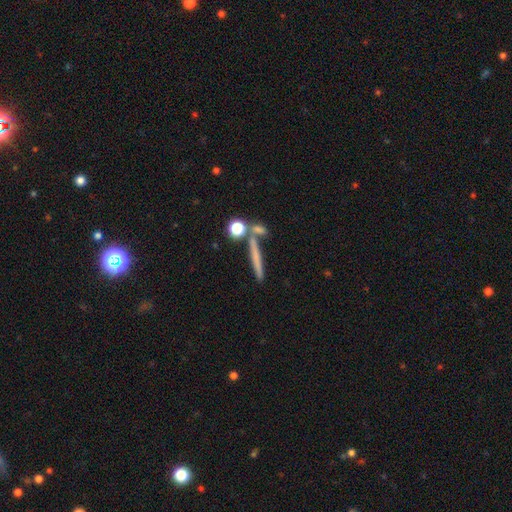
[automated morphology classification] Smooth or featured? smooth (51%)
How rounded? cigar-shaped (80%)
Merging? none (70%)